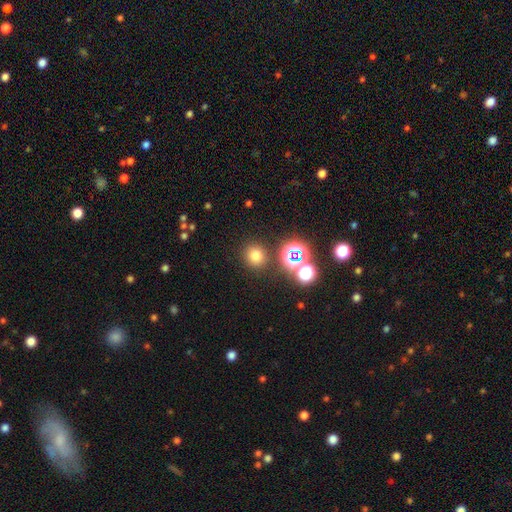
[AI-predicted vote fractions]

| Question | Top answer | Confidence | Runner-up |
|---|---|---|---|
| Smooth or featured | smooth | 71% | star or artifact (23%) |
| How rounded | round | 89% | in between (10%) |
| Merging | none | 85% | minor disturbance (7%) |